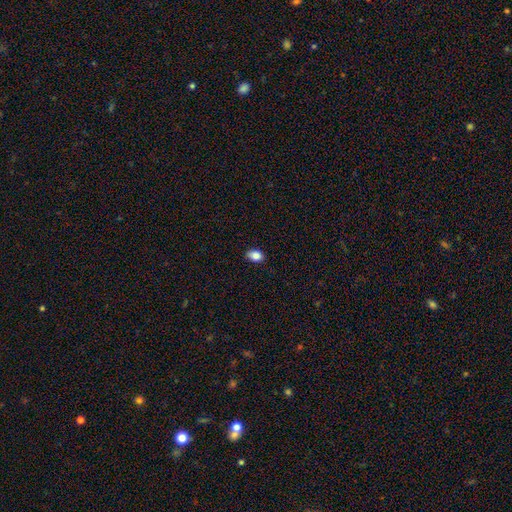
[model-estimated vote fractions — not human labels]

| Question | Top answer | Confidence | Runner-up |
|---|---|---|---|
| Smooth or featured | smooth | 86% | star or artifact (9%) |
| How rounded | in between | 79% | round (20%) |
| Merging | none | 81% | minor disturbance (16%) |